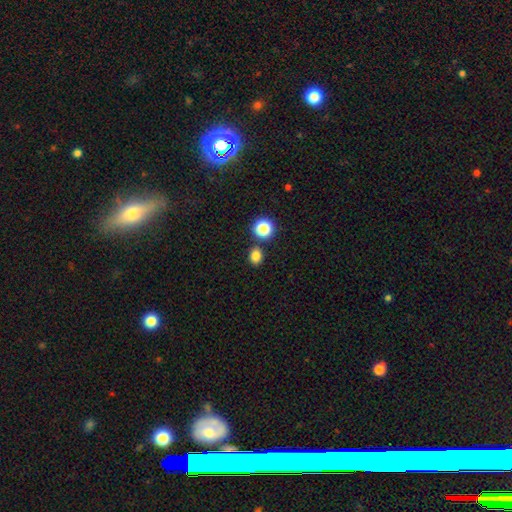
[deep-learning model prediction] This appears to be a smooth galaxy with no disk features (80%) that is round (56%). Merging: none (80%).